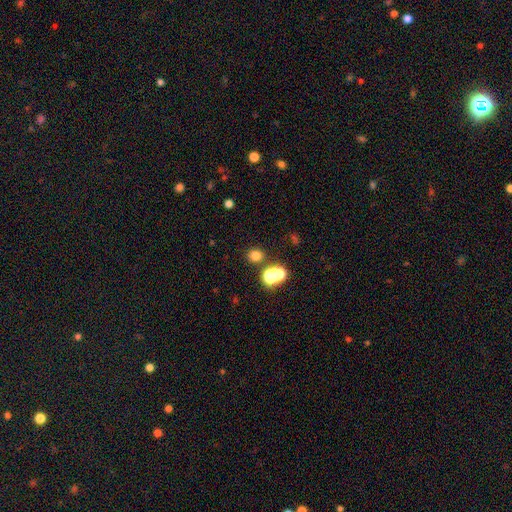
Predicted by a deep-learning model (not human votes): This is likely a smooth galaxy (72%). How rounded: clearly round (82%). Merging: likely none (73%).